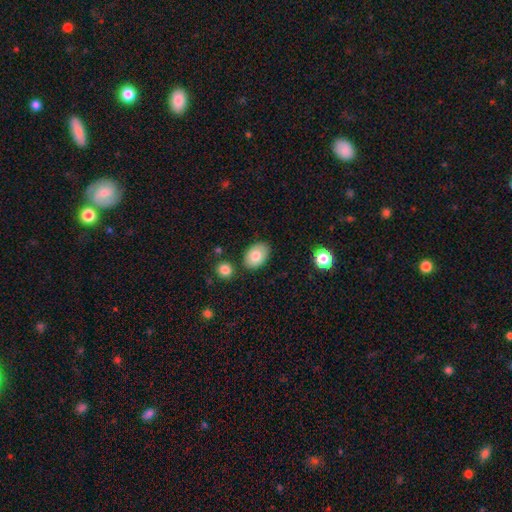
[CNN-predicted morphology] smooth 79%, featured or disk 13%, star or artifact 7%. Down the decision tree: how rounded — in between (87%); merging — none (82%).